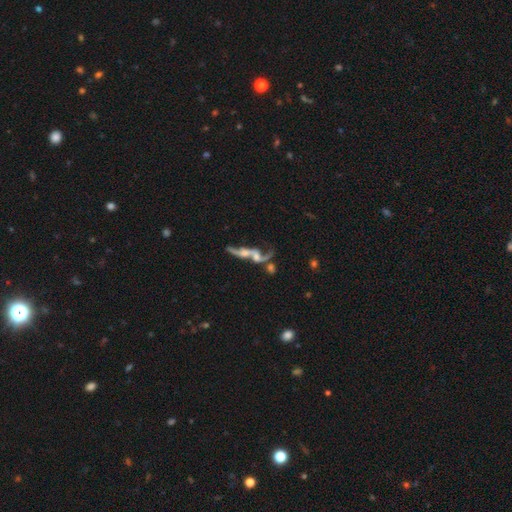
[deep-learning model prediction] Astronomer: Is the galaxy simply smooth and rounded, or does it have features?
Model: featured or disk — 67%.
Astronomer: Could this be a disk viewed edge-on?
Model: no — 66%.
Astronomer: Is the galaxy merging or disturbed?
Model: merger — 50%.